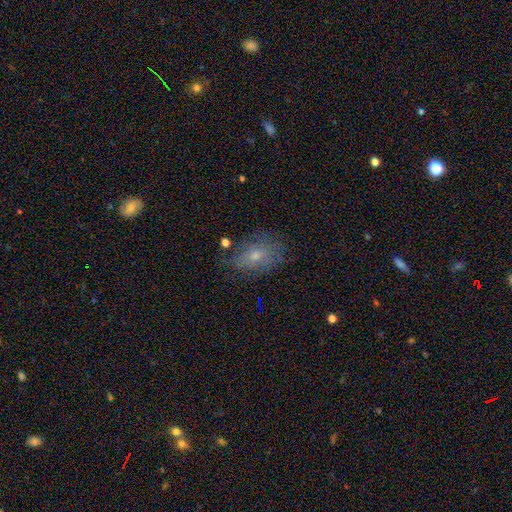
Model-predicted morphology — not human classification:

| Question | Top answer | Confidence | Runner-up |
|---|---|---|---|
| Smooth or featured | smooth | 57% | featured or disk (30%) |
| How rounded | in between | 76% | round (22%) |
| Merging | none | 63% | minor disturbance (24%) |